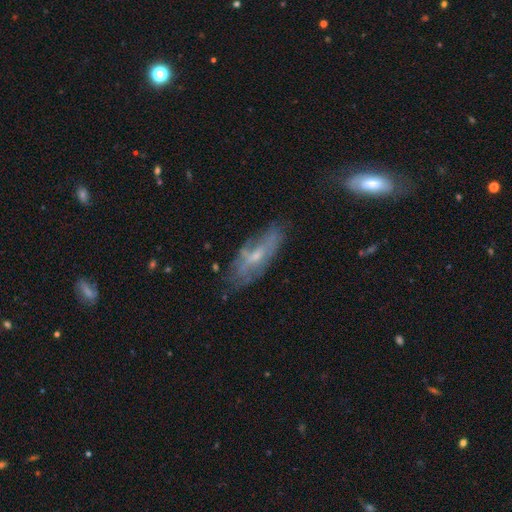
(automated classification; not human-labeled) Q: Smooth or featured?
A: featured or disk (57%); runner-up: smooth (34%)
Q: Edge-on disk?
A: no (76%); runner-up: yes (24%)
Q: Merging?
A: none (60%); runner-up: minor disturbance (25%)